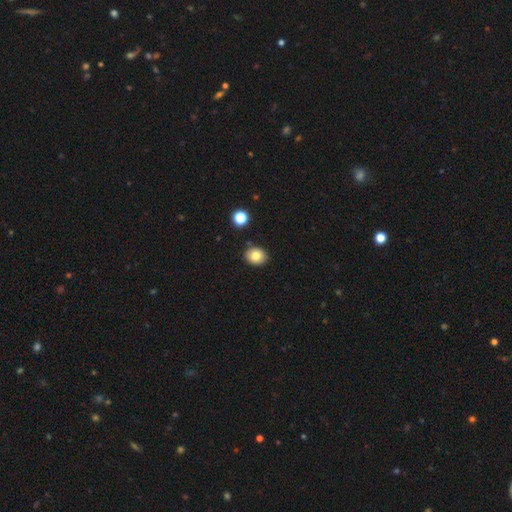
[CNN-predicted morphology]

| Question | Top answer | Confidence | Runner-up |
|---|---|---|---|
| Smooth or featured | smooth | 80% | star or artifact (10%) |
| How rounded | round | 63% | in between (37%) |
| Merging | none | 85% | minor disturbance (9%) |